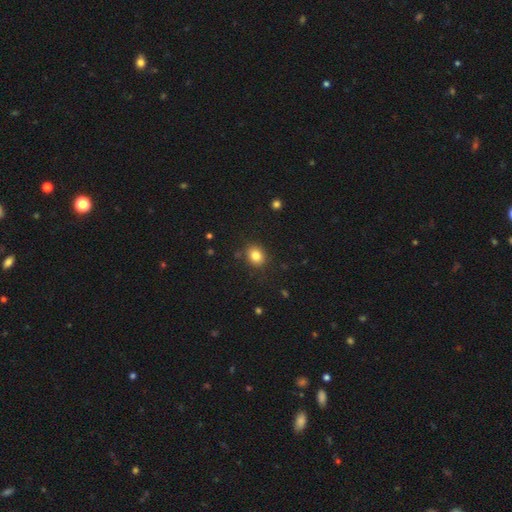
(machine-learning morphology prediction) Smooth or featured? smooth (83%)
How rounded? round (55%)
Merging? none (86%)